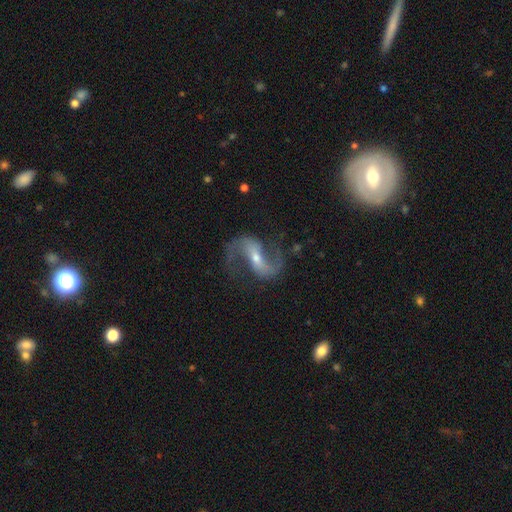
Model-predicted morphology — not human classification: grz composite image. It shows a featured or disk galaxy (90%) with a strong bar (46%), 2 (93%) loose (57%) spiral arms (97%) and a small central bulge (54%). Merging: none (74%).